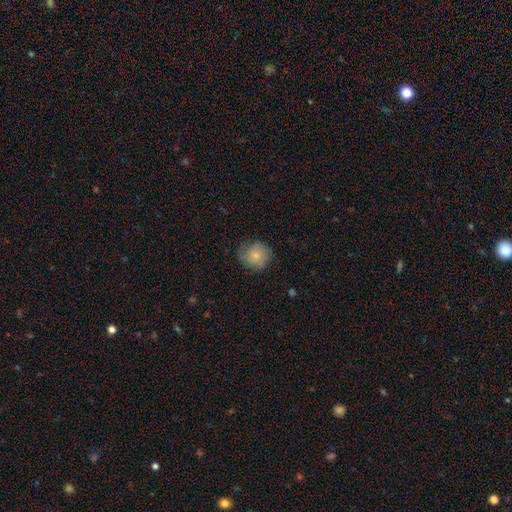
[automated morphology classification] This is likely a smooth galaxy (76%). How rounded: clearly round (89%). Merging: likely none (70%).